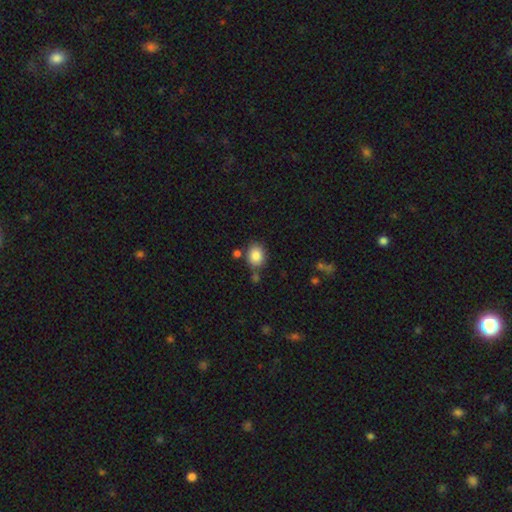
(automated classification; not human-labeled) Smooth or featured? smooth (85%)
How rounded? in between (52%)
Merging? none (73%)